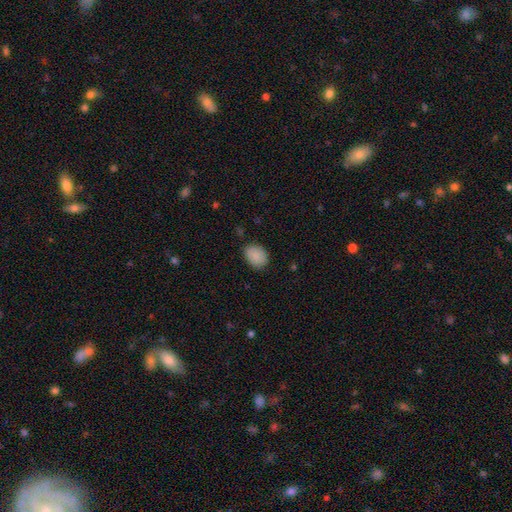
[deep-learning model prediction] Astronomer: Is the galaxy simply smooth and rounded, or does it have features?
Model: smooth — 89%.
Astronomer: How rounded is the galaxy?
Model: in between — 68%.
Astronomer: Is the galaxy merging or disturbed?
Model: none — 83%.